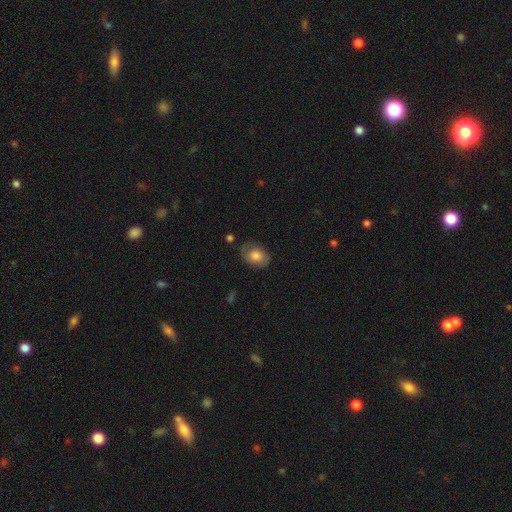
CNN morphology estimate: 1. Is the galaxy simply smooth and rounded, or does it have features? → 73% smooth, 19% featured or disk, 8% star or artifact.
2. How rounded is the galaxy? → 76% in between, 22% round, 1% cigar-shaped.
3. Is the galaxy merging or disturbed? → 72% none, 20% minor disturbance, 6% major disturbance, 2% merger.